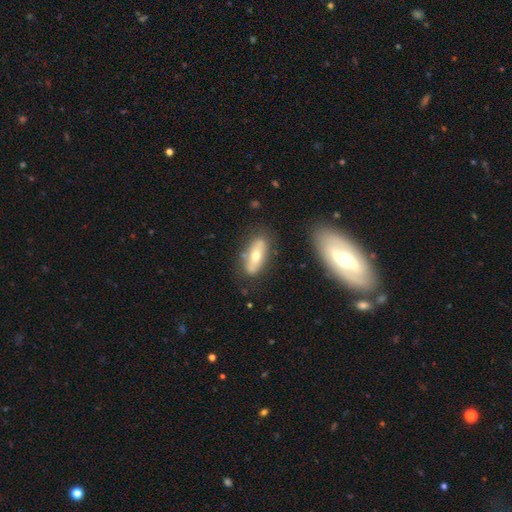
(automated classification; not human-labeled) The model was most divided on "smooth or featured": smooth: 50%, featured or disk: 42%, star or artifact: 7%. More confident: merging — none (75%); how rounded — in between (66%).